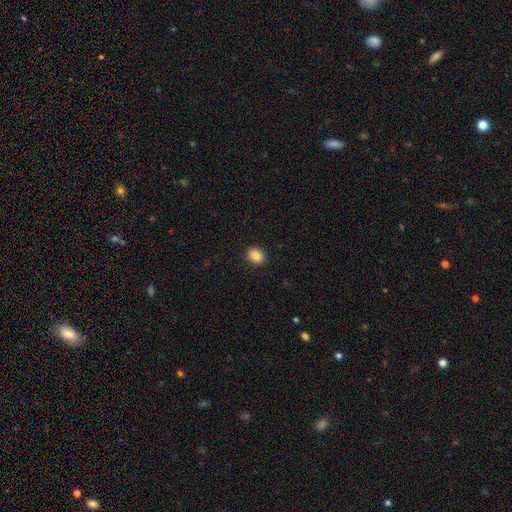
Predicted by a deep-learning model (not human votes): Smooth or featured?
  - smooth: 87% *
  - star or artifact: 9%
  - featured or disk: 4%
How rounded?
  - in between: 58% *
  - round: 41%
  - cigar-shaped: 1%
Merging?
  - none: 90% *
  - minor disturbance: 7%
  - major disturbance: 2%
  - merger: 1%